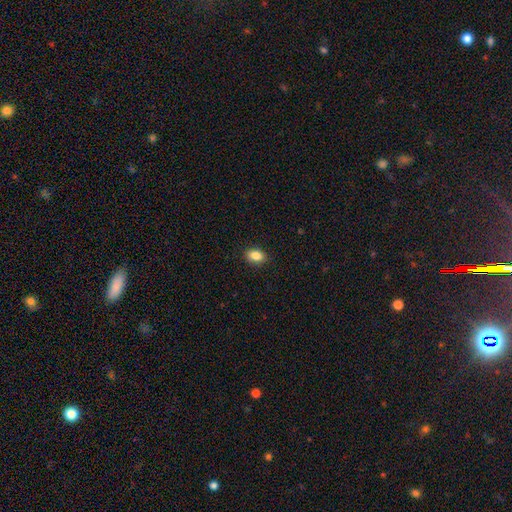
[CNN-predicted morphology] Smooth or featured? smooth (86%)
How rounded? in between (80%)
Merging? none (88%)